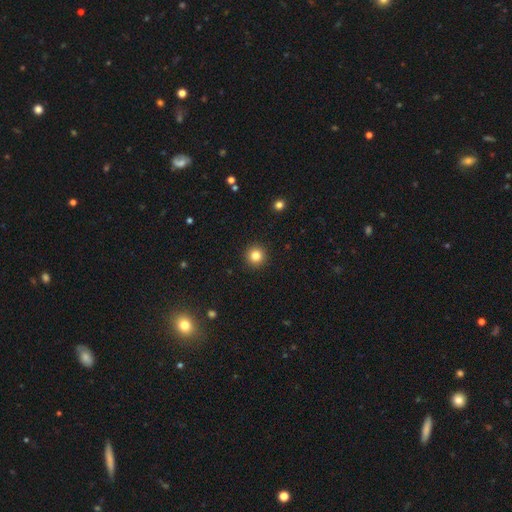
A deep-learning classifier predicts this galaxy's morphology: smooth_or_featured: smooth (p=0.83) [alt: star or artifact p=0.11]
how_rounded: round (p=0.95) [alt: in between p=0.04]
merging: none (p=0.92) [alt: minor disturbance p=0.05]